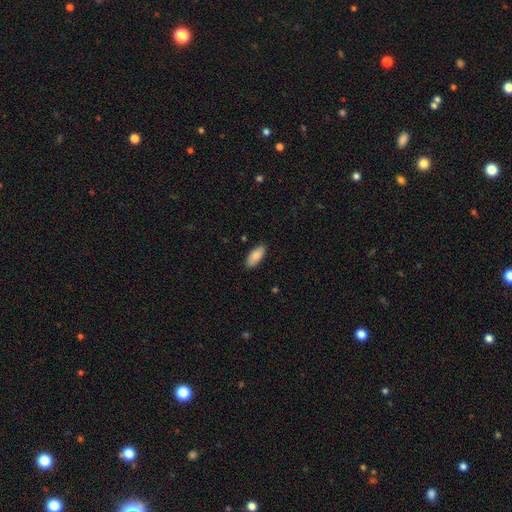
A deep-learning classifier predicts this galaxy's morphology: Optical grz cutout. It shows a smooth galaxy with no disk features (85%) that is in between round and cigar-shaped (87%). Merging: none (88%).